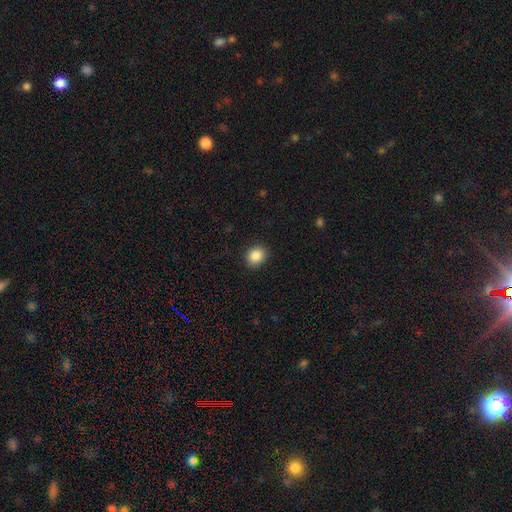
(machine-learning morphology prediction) Smooth or featured?
  - smooth: 87% *
  - star or artifact: 9%
  - featured or disk: 4%
How rounded?
  - round: 70% *
  - in between: 29%
  - cigar-shaped: 1%
Merging?
  - none: 91% *
  - minor disturbance: 6%
  - major disturbance: 2%
  - merger: 1%